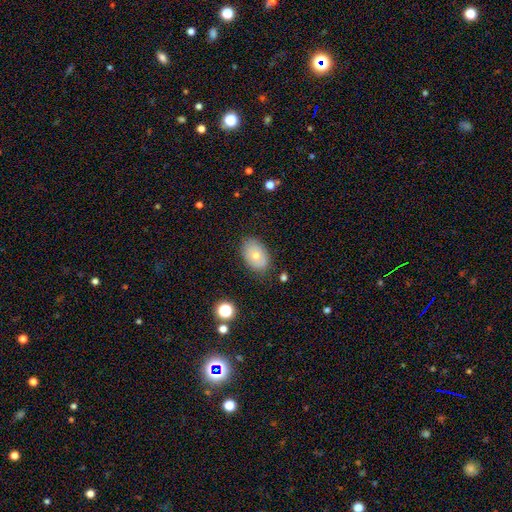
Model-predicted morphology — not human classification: Smooth or featured? smooth (65%)
How rounded? in between (82%)
Merging? none (79%)